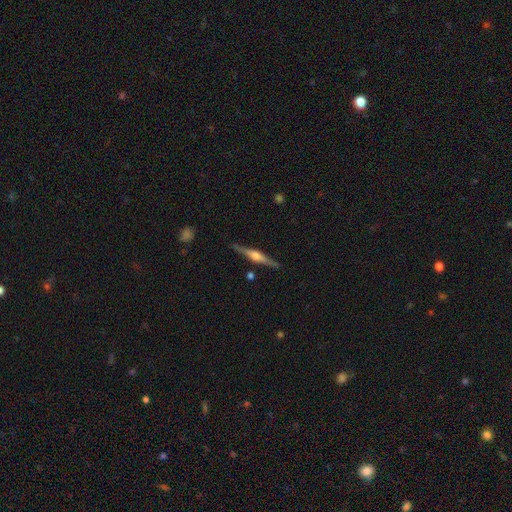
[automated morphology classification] smooth_or_featured: featured or disk (p=0.81) [alt: smooth p=0.13]
disk_edge_on: yes (p=0.98) [alt: no p=0.02]
edge_on_bulge: rounded (p=0.88) [alt: boxy p=0.09]
merging: none (p=0.90) [alt: minor disturbance p=0.07]